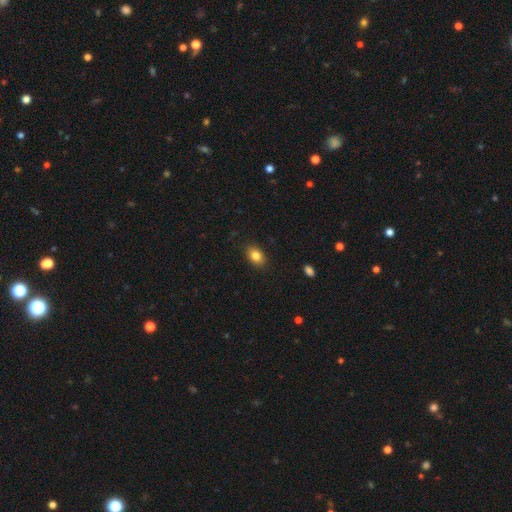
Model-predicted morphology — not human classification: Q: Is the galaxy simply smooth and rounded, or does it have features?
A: smooth — 84%.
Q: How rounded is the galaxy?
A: in between — 80%.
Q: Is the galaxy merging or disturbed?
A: none — 87%.